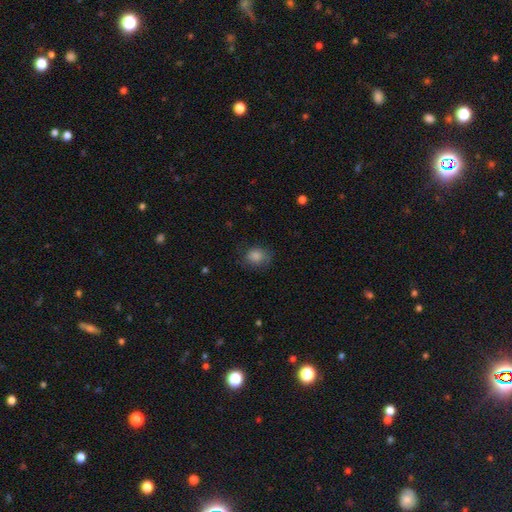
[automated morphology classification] Smooth or featured: smooth — 80% (star or artifact — 12%)
How rounded: round — 55% (in between — 43%)
Merging: none — 73% (minor disturbance — 19%)